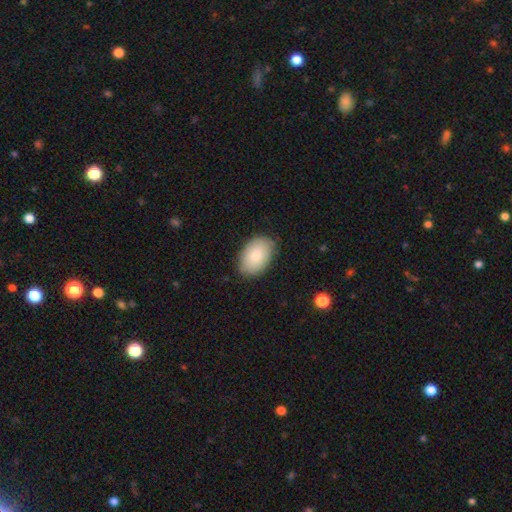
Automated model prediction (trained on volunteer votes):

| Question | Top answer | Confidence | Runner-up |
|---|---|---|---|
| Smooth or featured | smooth | 82% | featured or disk (11%) |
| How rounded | in between | 89% | round (10%) |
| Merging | none | 81% | minor disturbance (15%) |